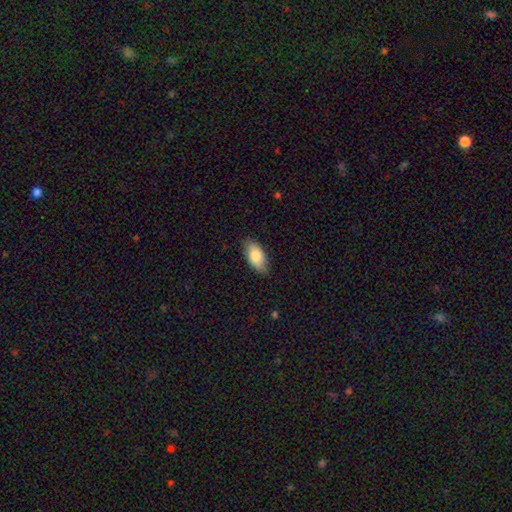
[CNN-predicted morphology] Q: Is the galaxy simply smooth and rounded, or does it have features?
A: smooth — 83%.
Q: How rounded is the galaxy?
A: in between — 92%.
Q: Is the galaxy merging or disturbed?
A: none — 82%.